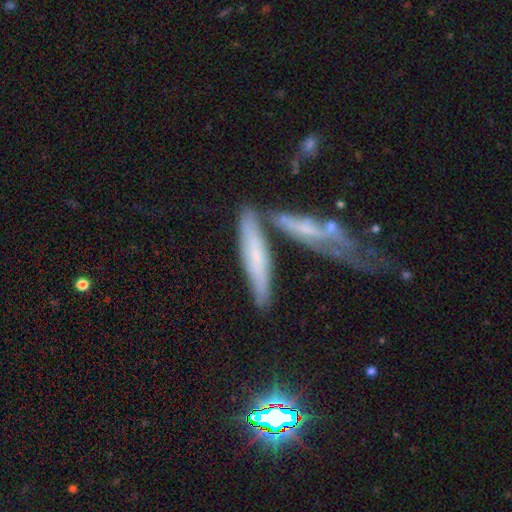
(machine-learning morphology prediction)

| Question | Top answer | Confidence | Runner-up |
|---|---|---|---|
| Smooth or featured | smooth | 50% | featured or disk (43%) |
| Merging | none | 52% | merger (24%) |